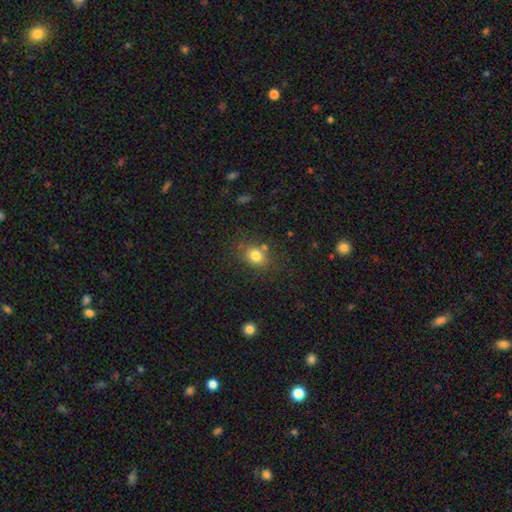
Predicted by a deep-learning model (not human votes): This is likely a smooth galaxy (79%). How rounded: likely round (61%). Merging: likely none (74%).